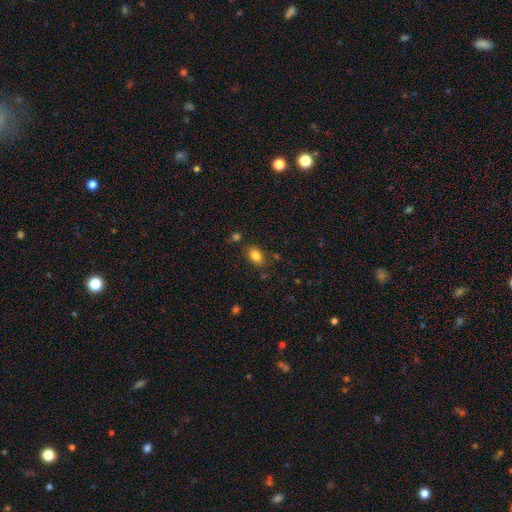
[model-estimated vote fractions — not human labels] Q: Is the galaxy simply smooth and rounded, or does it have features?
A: smooth — 83%.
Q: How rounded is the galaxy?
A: in between — 83%.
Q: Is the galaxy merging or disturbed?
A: none — 80%.